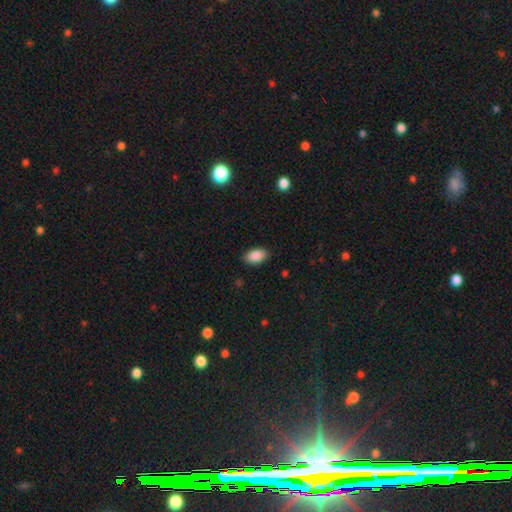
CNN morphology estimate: Q: Smooth or featured?
A: smooth (89%); runner-up: star or artifact (7%)
Q: How rounded?
A: in between (93%); runner-up: round (5%)
Q: Merging?
A: none (87%); runner-up: minor disturbance (10%)